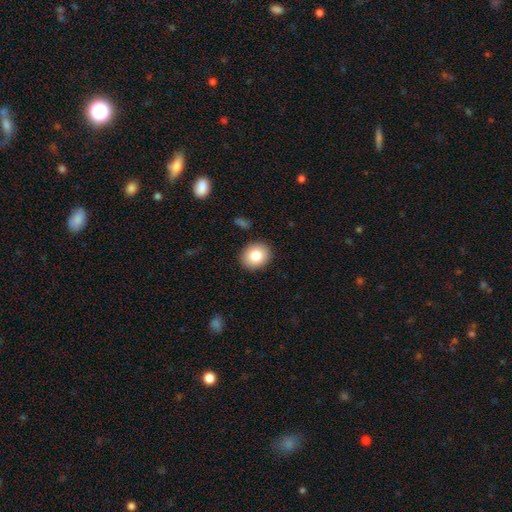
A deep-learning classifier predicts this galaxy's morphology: A smooth galaxy with no disk features (83%) that is round (65%).

Vote fractions:
- Smooth or featured? smooth: 83% / featured or disk: 8% / star or artifact: 8%
- How rounded? round: 65% / in between: 34% / cigar-shaped: 1%
- Merging? none: 90% / minor disturbance: 7% / major disturbance: 2% / merger: 1%